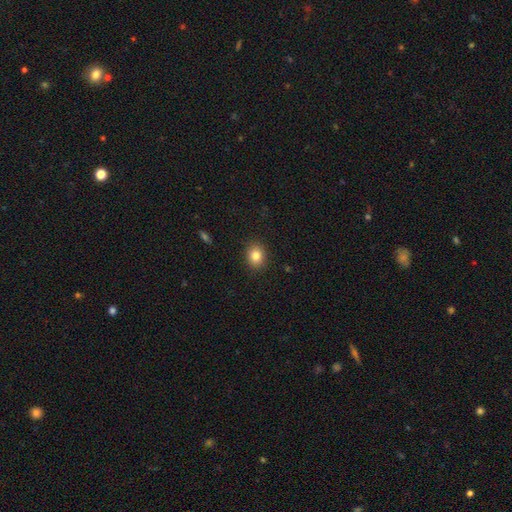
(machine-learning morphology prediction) This is clearly a smooth galaxy (82%). How rounded: possibly round (53%). Merging: clearly none (89%).